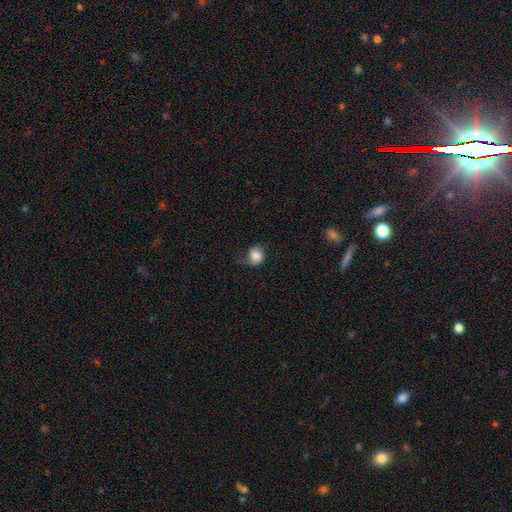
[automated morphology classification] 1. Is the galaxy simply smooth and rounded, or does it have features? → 83% smooth, 9% featured or disk, 9% star or artifact.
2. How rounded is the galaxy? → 71% round, 28% in between, 1% cigar-shaped.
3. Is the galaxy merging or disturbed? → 58% none, 27% minor disturbance, 13% major disturbance, 2% merger.